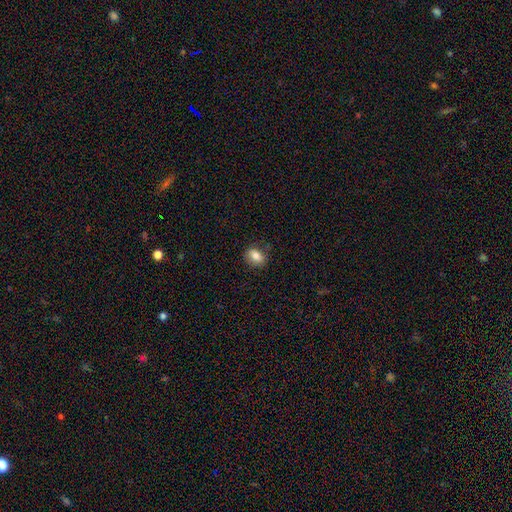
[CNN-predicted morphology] Q: Smooth or featured?
A: smooth (79%); runner-up: featured or disk (12%)
Q: How rounded?
A: in between (68%); runner-up: round (31%)
Q: Merging?
A: none (80%); runner-up: minor disturbance (15%)